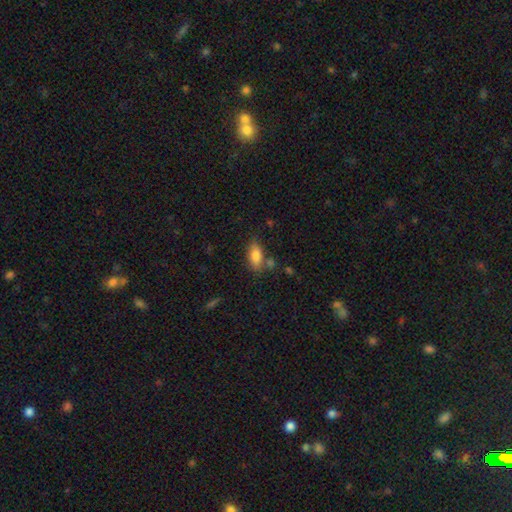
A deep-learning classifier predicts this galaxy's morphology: smooth 81%, featured or disk 11%, star or artifact 8%. Down the decision tree: how rounded — in between (84%); merging — none (69%).